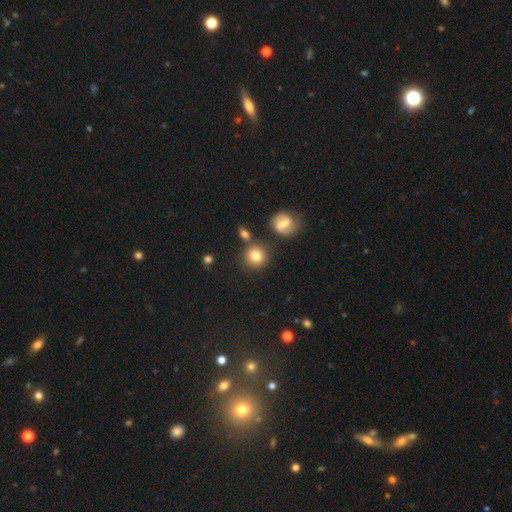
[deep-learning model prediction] Morphology: type=smooth (79%); roundness=round (88%); merging=none (75%).